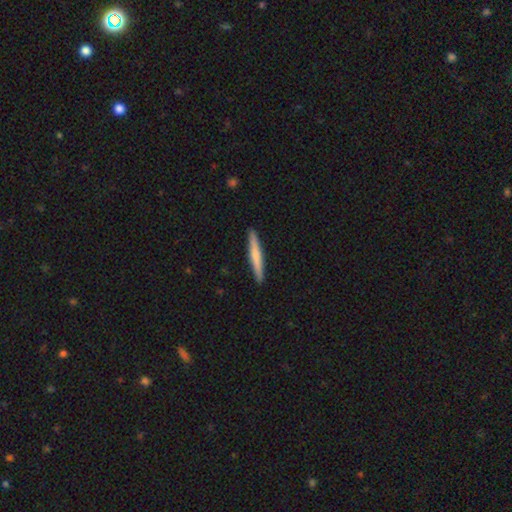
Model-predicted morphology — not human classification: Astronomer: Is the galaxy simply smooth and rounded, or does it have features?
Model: smooth — 63%.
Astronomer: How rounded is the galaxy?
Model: cigar-shaped — 96%.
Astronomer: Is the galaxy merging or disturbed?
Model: none — 92%.